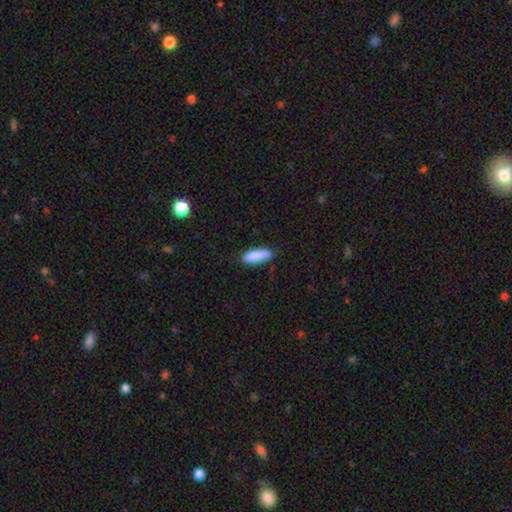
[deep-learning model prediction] smooth 87%, star or artifact 7%, featured or disk 6%. Down the decision tree: how rounded — in between (51%); merging — none (77%).